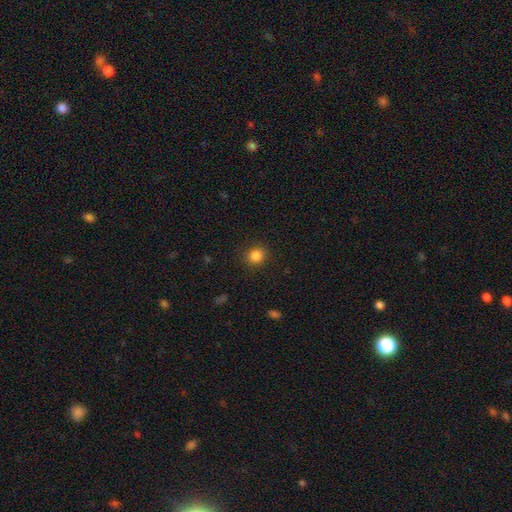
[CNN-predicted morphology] A smooth galaxy with no disk features (84%) that is round (84%).

Vote fractions:
- Smooth or featured? smooth: 84% / star or artifact: 11% / featured or disk: 4%
- How rounded? round: 84% / in between: 15% / cigar-shaped: 1%
- Merging? none: 89% / minor disturbance: 7% / major disturbance: 3% / merger: 1%